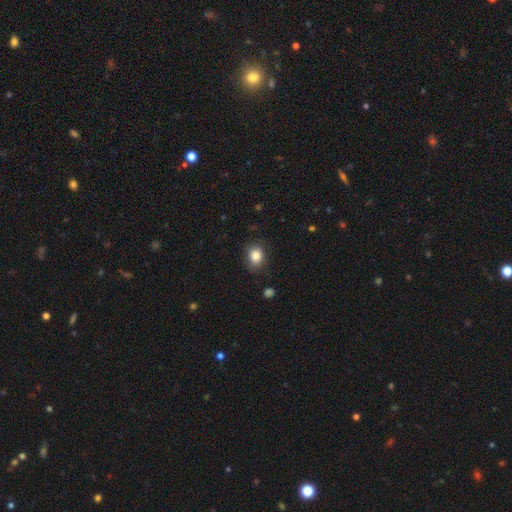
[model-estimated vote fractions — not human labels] Morphology: type=smooth (84%); roundness=in between (52%); merging=none (80%).